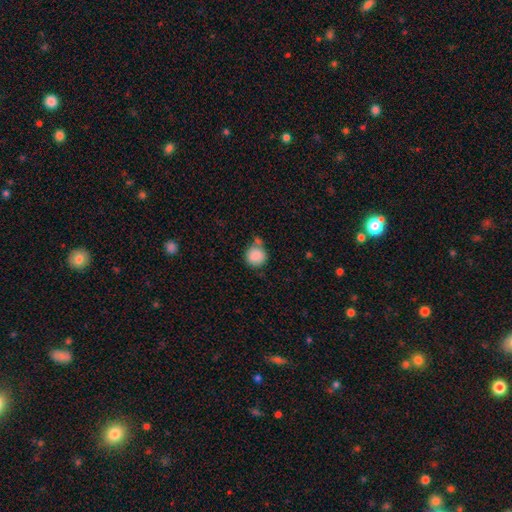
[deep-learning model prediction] Smooth or featured? smooth (88%)
How rounded? round (92%)
Merging? none (58%)